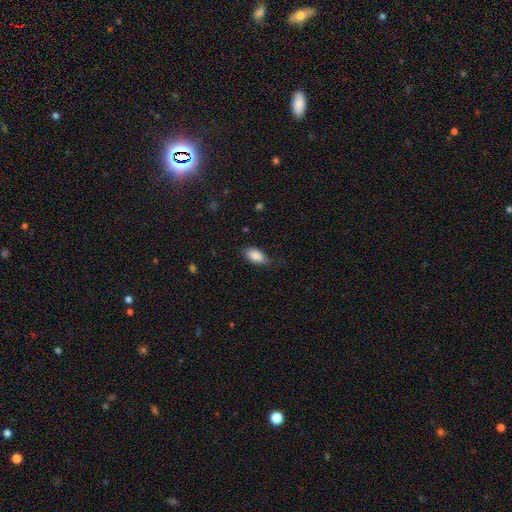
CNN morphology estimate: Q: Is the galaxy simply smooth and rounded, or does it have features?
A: smooth — 88%.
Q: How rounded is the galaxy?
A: in between — 92%.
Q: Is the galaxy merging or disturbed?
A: none — 72%.